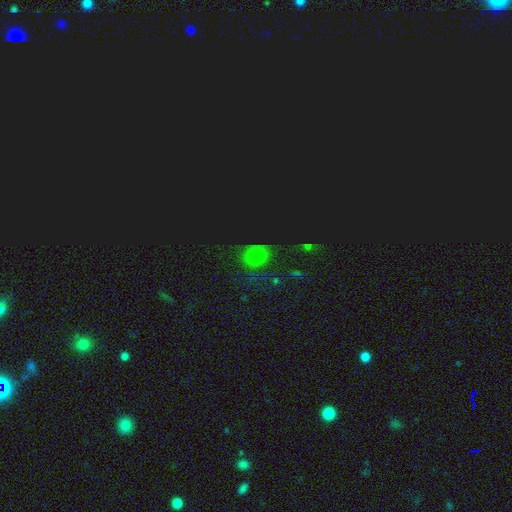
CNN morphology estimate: A smooth galaxy with no disk features (50%) that is round (66%).

Vote fractions:
- Smooth or featured? smooth: 50% / star or artifact: 40% / featured or disk: 10%
- How rounded? round: 66% / in between: 32% / cigar-shaped: 3%
- Merging? none: 70% / minor disturbance: 16% / major disturbance: 9% / merger: 5%